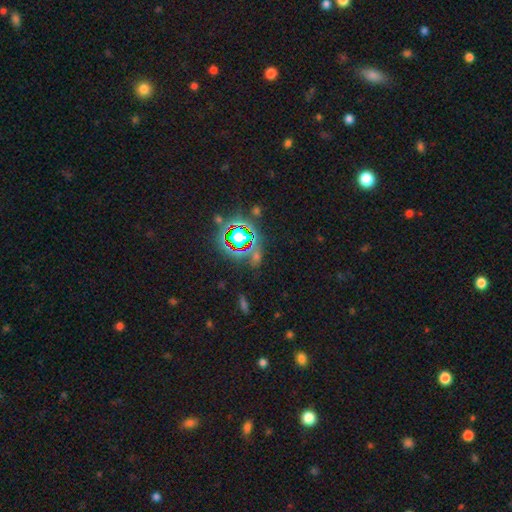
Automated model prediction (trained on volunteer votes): A star or artifact, not a galaxy (68%).

Vote fractions:
- Smooth or featured? star or artifact: 68% / smooth: 22% / featured or disk: 10%